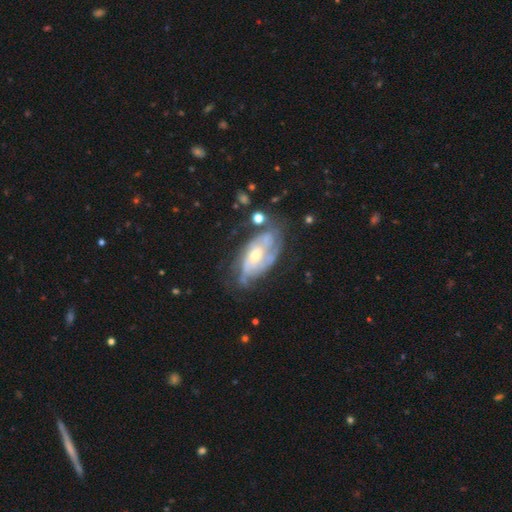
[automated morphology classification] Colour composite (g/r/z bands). It shows a featured or disk galaxy (81%) with no bar (61%), tight (56%) spiral arms (89%) and a moderate central bulge (58%). Merging: none (55%).